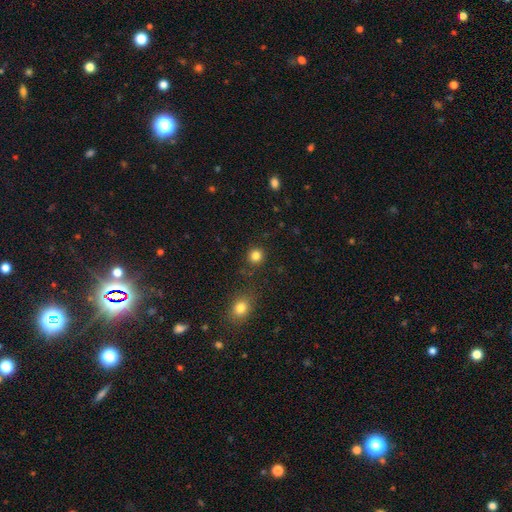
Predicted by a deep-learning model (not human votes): A smooth galaxy with no disk features (83%) that is round (92%).

Vote fractions:
- Smooth or featured? smooth: 83% / star or artifact: 12% / featured or disk: 4%
- How rounded? round: 92% / in between: 7% / cigar-shaped: 1%
- Merging? none: 87% / minor disturbance: 7% / merger: 3% / major disturbance: 3%